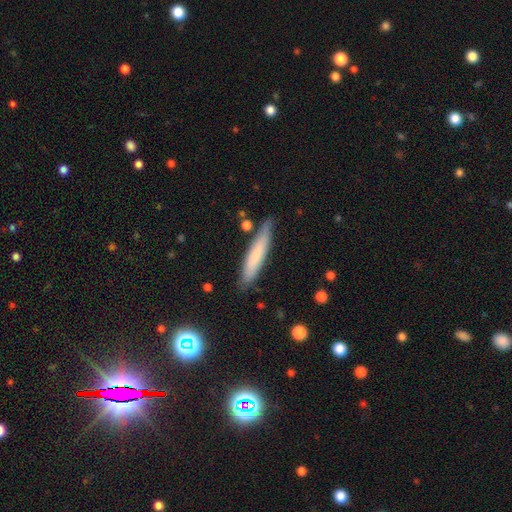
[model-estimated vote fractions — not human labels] Smooth or featured? smooth (71%)
How rounded? cigar-shaped (89%)
Merging? none (82%)